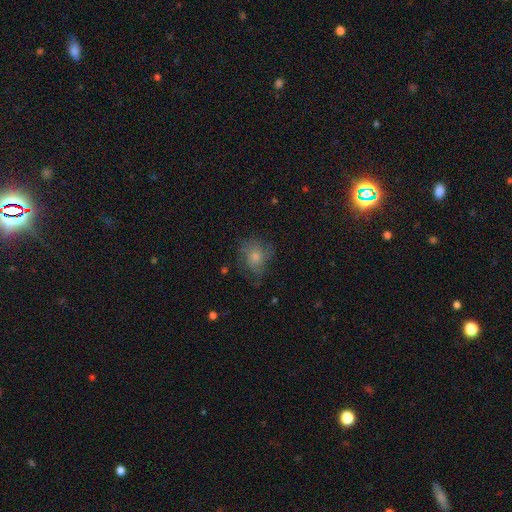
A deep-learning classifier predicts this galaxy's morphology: Smooth or featured? smooth (46%)
Merging? none (64%)